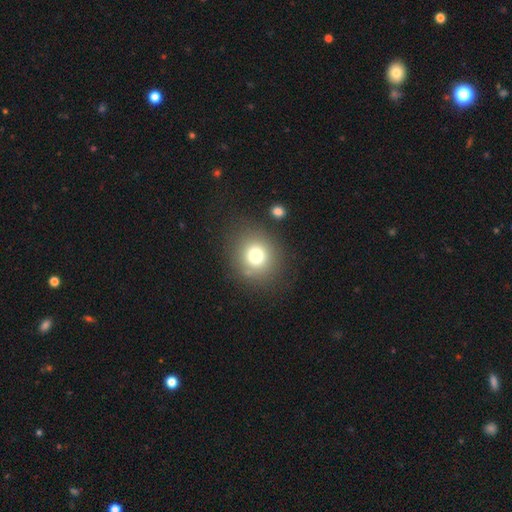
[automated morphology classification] This is likely a smooth galaxy (74%). How rounded: clearly round (85%). Merging: clearly none (82%).